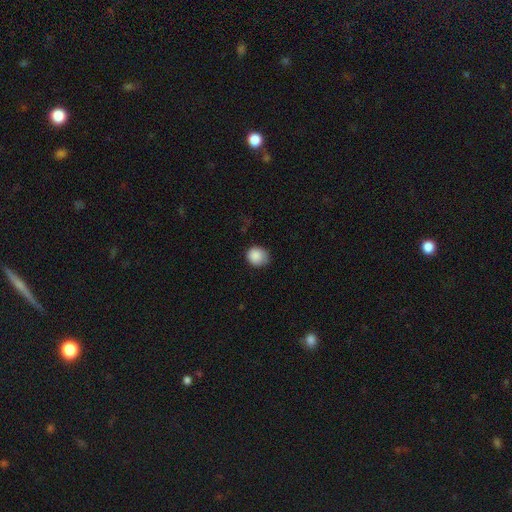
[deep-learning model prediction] This appears to be a smooth galaxy with no disk features (88%) that is round (80%). Merging: none (72%).